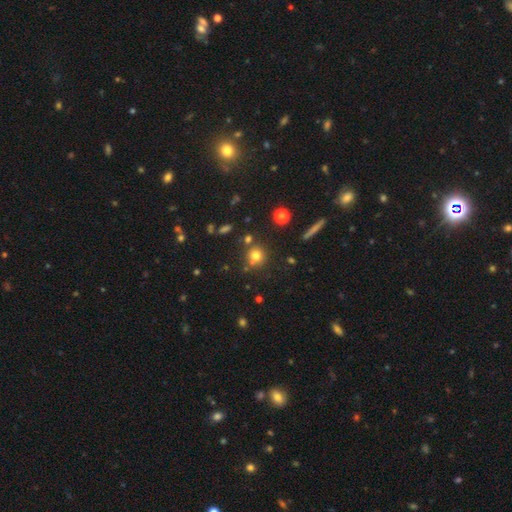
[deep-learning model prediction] Morphology: type=smooth (75%); roundness=round (89%); merging=none (72%).